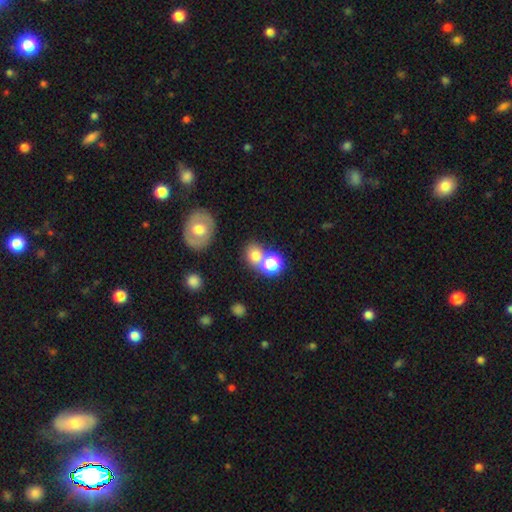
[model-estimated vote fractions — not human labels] smooth_or_featured: smooth (p=0.73) [alt: star or artifact p=0.15]
how_rounded: round (p=0.71) [alt: in between p=0.28]
merging: none (p=0.51) [alt: merger p=0.36]